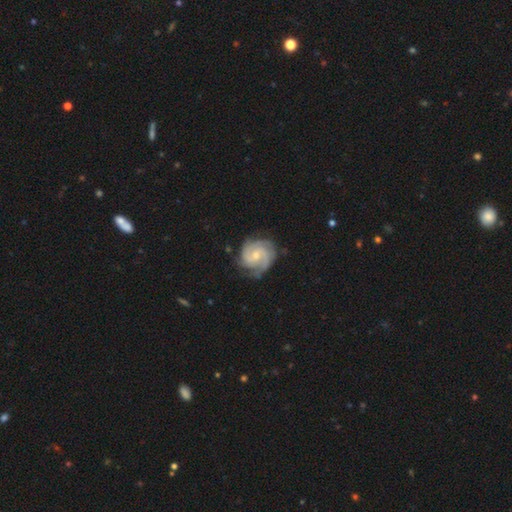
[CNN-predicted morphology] type=featured or disk (89%); edge-on=no (98%); bar=no (58%); spiral arms=yes (98%); winding=tight (61%); arm count=3 (38%); bulge=small (53%); merging=none (74%).